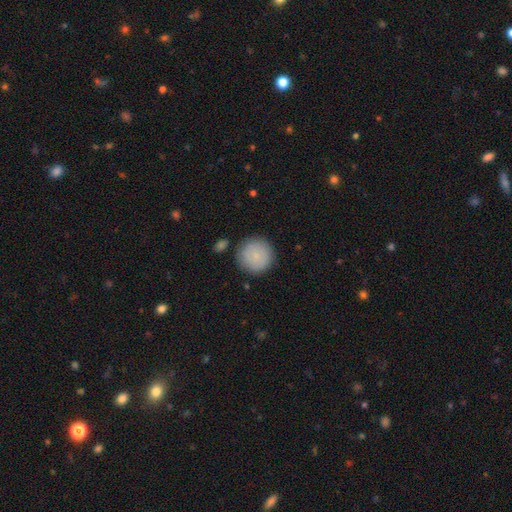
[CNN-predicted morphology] smooth 84%, featured or disk 10%, star or artifact 6%. Down the decision tree: how rounded — round (96%); merging — none (86%).